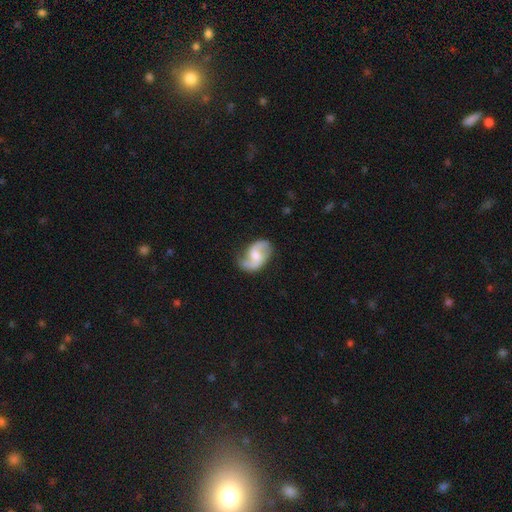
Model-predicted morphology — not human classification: The model was most divided on "spiral winding": loose: 50%, medium: 40%, tight: 10%. Remaining: edge-on disk — no (98%); spiral arms — yes (94%); spiral arm count — 2 (88%); smooth or featured — featured or disk (78%); merging — none (66%); bar — weak (51%); bulge size — moderate (47%).